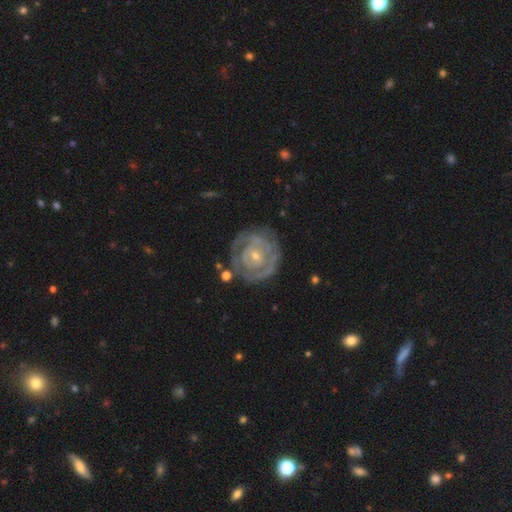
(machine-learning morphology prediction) featured or disk 83%, smooth 13%, star or artifact 5%. Down the decision tree: edge-on disk — no (97%); bar — no (72%); spiral arms — yes (84%); spiral arm count — can't tell (40%); spiral winding — tight (77%); bulge size — small (74%); merging — none (70%).